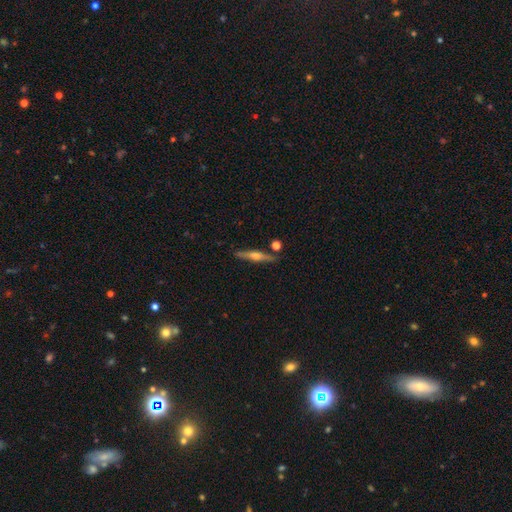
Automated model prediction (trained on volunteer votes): This is likely a featured or disk galaxy (65%). It is clearly viewed edge-on (97%). Edge-on bulge: clearly rounded (88%). Merging: clearly none (84%).